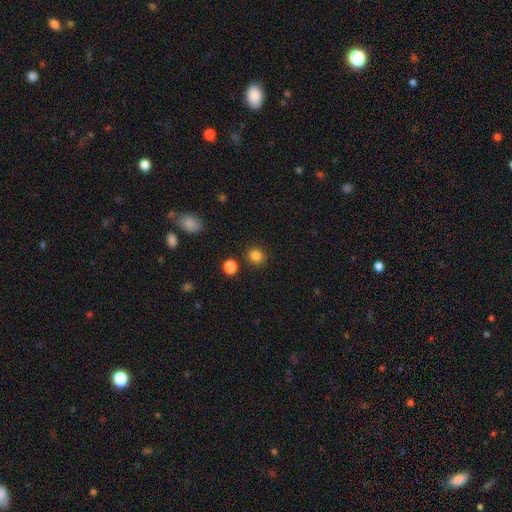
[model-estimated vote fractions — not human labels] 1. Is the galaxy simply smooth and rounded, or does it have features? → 84% smooth, 12% star or artifact, 4% featured or disk.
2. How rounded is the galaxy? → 85% round, 14% in between, 1% cigar-shaped.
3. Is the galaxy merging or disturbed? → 87% none, 7% minor disturbance, 4% merger, 2% major disturbance.